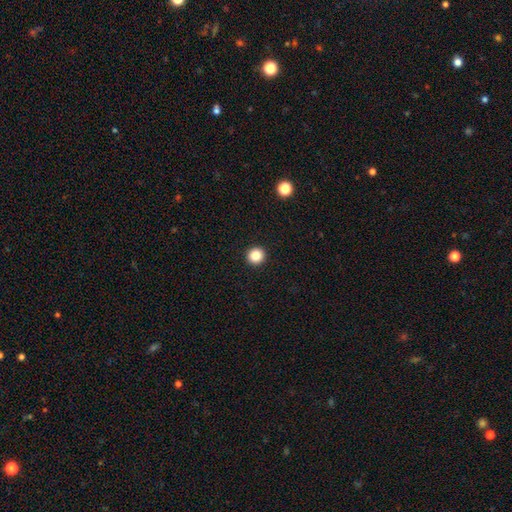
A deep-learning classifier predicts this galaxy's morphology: smooth-or-featured: smooth: 85% | star or artifact: 11% | featured or disk: 4%
  how-rounded: round: 94% | in between: 5% | cigar-shaped: 1%
  merging: none: 94% | minor disturbance: 4% | major disturbance: 1% | merger: 1%